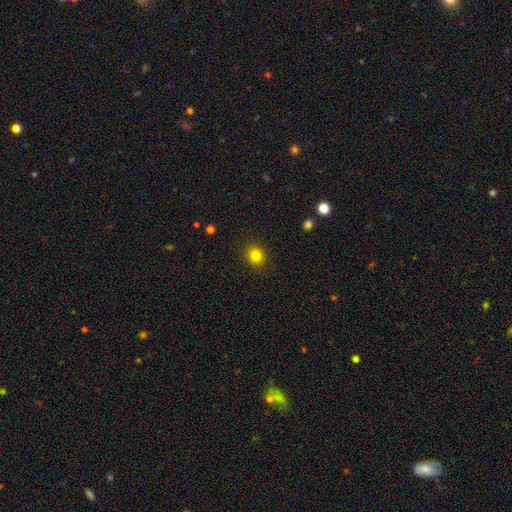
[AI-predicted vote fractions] The model was most divided on "how rounded": round: 78%, in between: 21%, cigar-shaped: 1%. More confident: merging — none (91%); smooth or featured — smooth (82%).